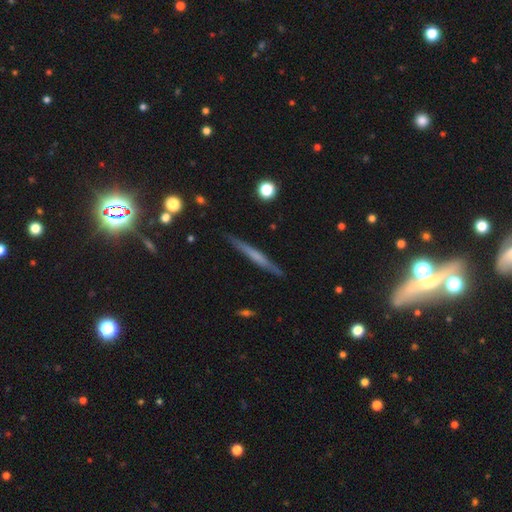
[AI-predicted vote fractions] This appears to be a featured or disk galaxy (53%) viewed edge-on (96%) with no central bulge (71%). Merging: none (88%).